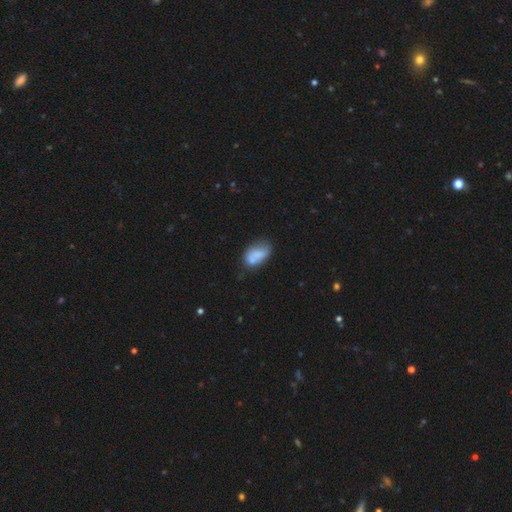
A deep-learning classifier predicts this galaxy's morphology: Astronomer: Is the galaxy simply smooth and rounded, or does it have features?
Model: smooth — 67%.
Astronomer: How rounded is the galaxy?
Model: in between — 89%.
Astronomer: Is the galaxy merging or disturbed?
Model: none — 40% (runner-up: merger, 27%).